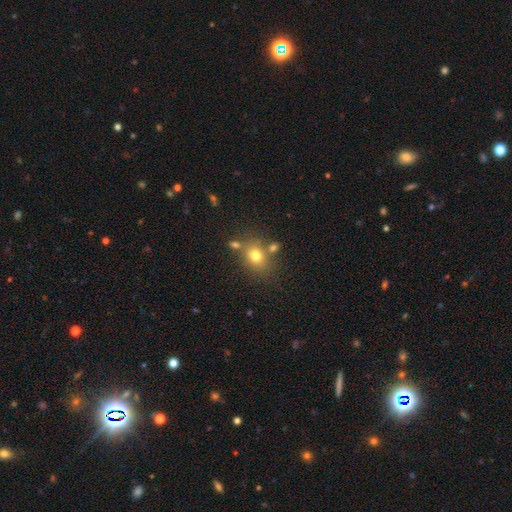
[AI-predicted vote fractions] smooth-or-featured: smooth: 74% | star or artifact: 14% | featured or disk: 12%
  how-rounded: in between: 51% | round: 48% | cigar-shaped: 1%
  merging: none: 65% | merger: 16% | minor disturbance: 14% | major disturbance: 5%